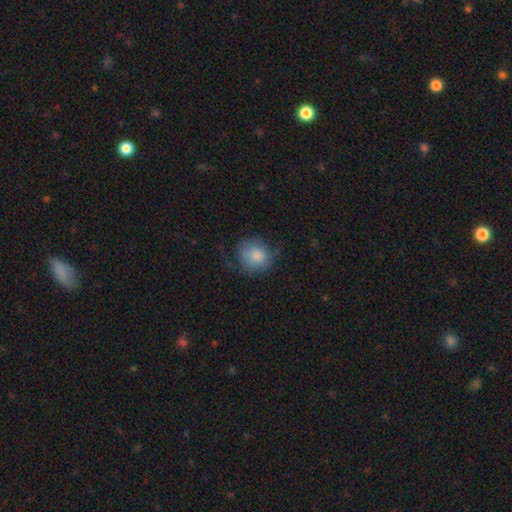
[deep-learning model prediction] Smooth or featured? Predicted: smooth (p=0.82). How rounded? Predicted: round (p=0.77). Merging? Predicted: none (p=0.64).